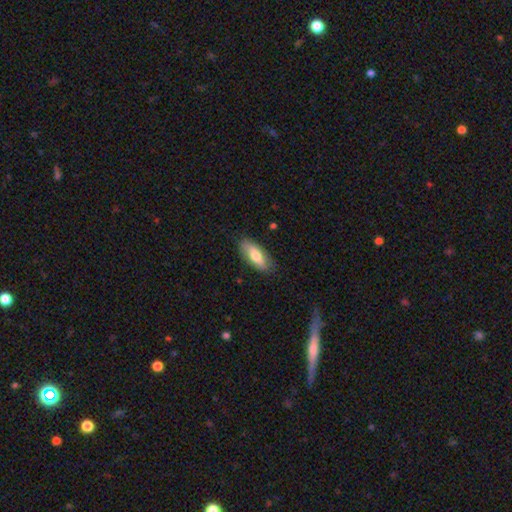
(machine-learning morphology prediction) Smooth or featured?
  - smooth: 66% *
  - featured or disk: 28%
  - star or artifact: 6%
How rounded?
  - in between: 75% *
  - cigar-shaped: 22%
  - round: 3%
Merging?
  - none: 83% *
  - minor disturbance: 13%
  - major disturbance: 3%
  - merger: 1%